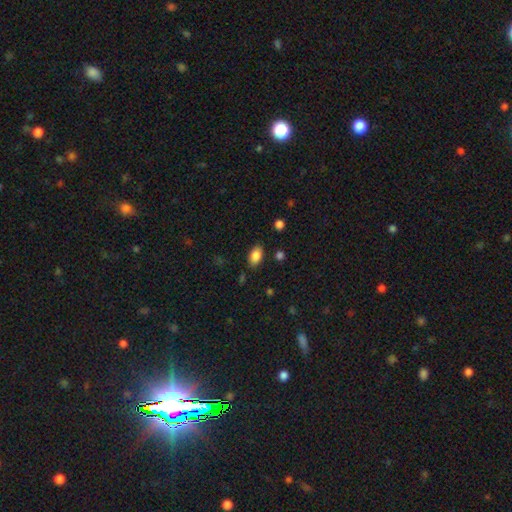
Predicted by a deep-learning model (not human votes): This is clearly a smooth galaxy (86%). How rounded: clearly in between (90%). Merging: clearly none (83%).